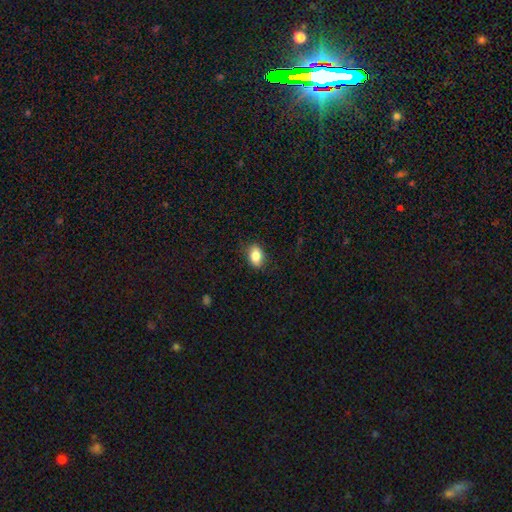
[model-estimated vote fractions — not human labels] A smooth galaxy with no disk features (86%) that is in between round and cigar-shaped (81%). Merging: none (81%).